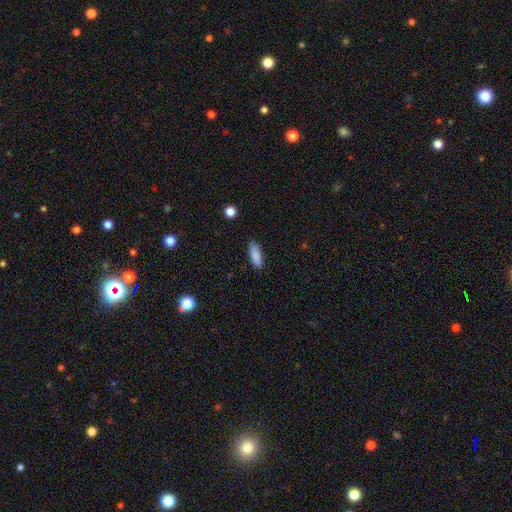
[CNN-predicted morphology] The model was most divided on "how rounded": in between: 68%, cigar-shaped: 30%, round: 2%. More confident: smooth or featured — smooth (88%); merging — none (81%).